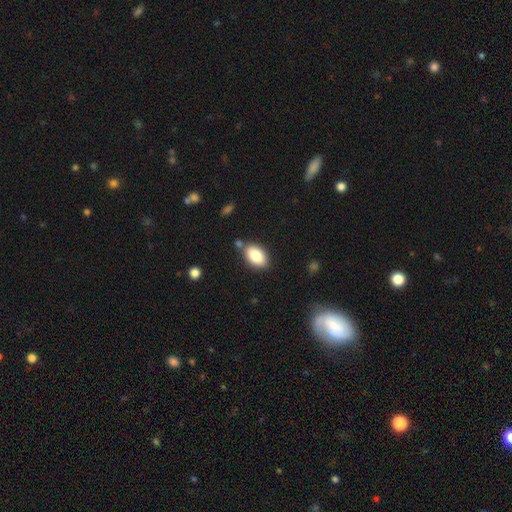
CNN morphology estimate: Smooth or featured?
  - smooth: 83% *
  - featured or disk: 9%
  - star or artifact: 7%
How rounded?
  - in between: 91% *
  - round: 7%
  - cigar-shaped: 2%
Merging?
  - none: 76% *
  - minor disturbance: 14%
  - merger: 8%
  - major disturbance: 3%